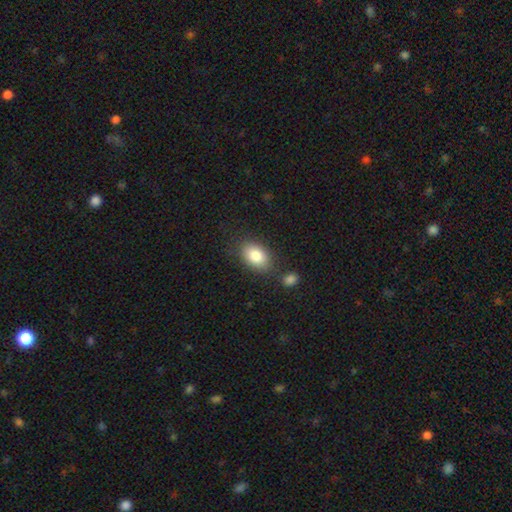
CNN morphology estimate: Smooth or featured?
  - smooth: 84% *
  - featured or disk: 9%
  - star or artifact: 7%
How rounded?
  - in between: 85% *
  - round: 14%
  - cigar-shaped: 1%
Merging?
  - none: 76% *
  - minor disturbance: 13%
  - merger: 7%
  - major disturbance: 4%